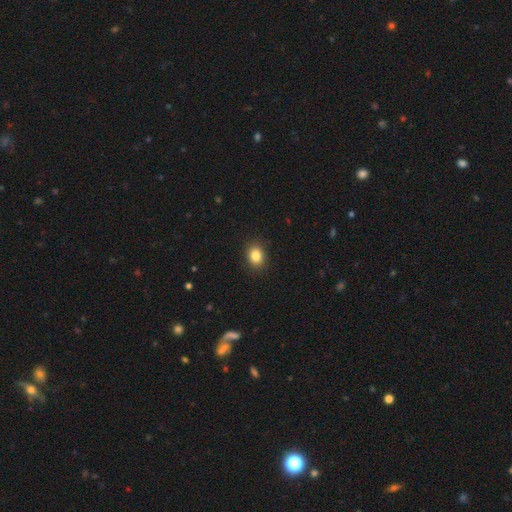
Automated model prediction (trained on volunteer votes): This is clearly a smooth galaxy (85%). How rounded: possibly in between (54%). Merging: clearly none (89%).